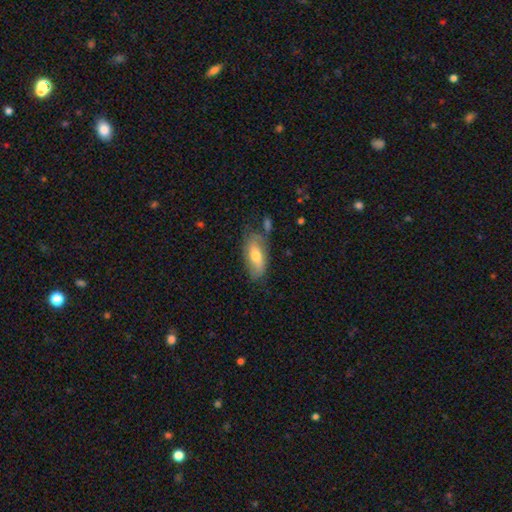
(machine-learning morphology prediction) Q: Smooth or featured?
A: smooth (59%); runner-up: featured or disk (35%)
Q: How rounded?
A: in between (84%); runner-up: cigar-shaped (13%)
Q: Merging?
A: none (61%); runner-up: minor disturbance (24%)